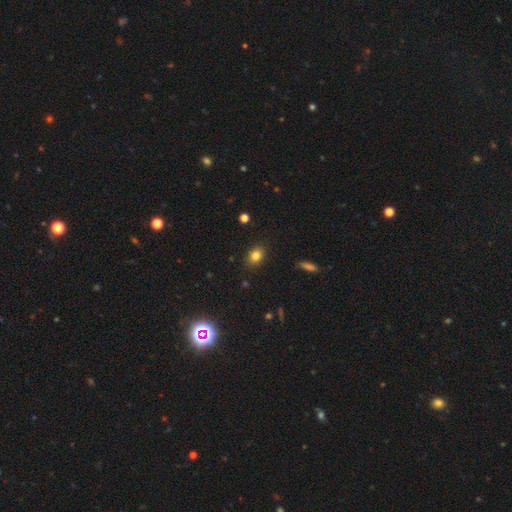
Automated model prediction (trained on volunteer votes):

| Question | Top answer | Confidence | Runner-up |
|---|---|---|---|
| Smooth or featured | smooth | 82% | star or artifact (12%) |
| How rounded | in between | 56% | round (43%) |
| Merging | none | 88% | minor disturbance (9%) |